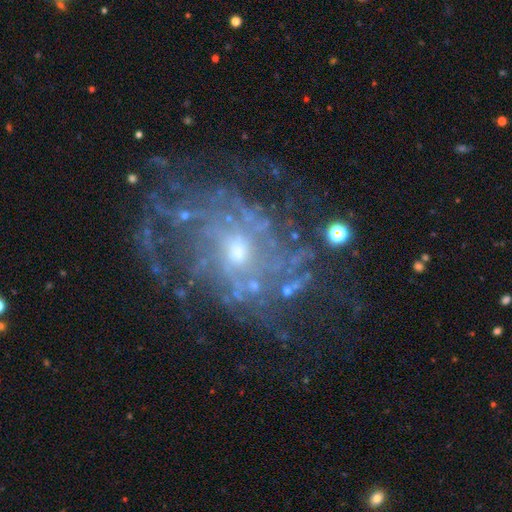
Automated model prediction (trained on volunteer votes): A featured or disk galaxy (81%) with no bar (72%), tight (46%) spiral arms (79%) and a small central bulge (51%). Merging: none (61%).